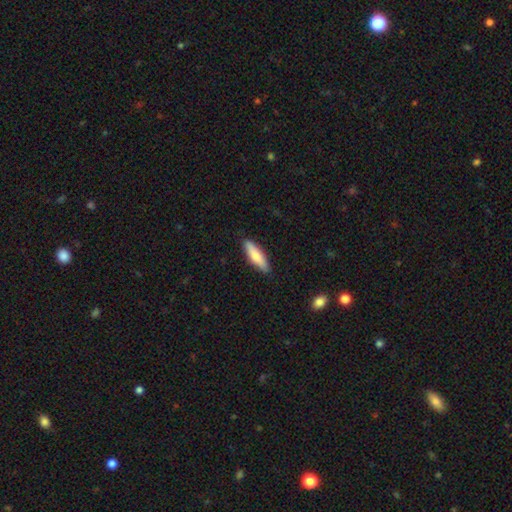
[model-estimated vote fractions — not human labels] Smooth or featured: smooth — 72% (featured or disk — 22%)
How rounded: cigar-shaped — 66% (in between — 32%)
Merging: none — 88% (minor disturbance — 9%)